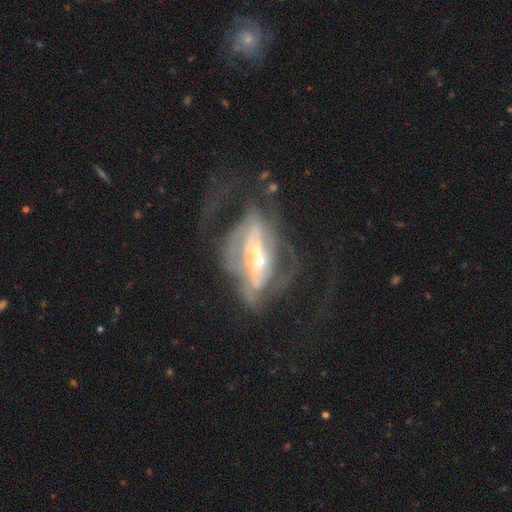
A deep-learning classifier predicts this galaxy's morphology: featured or disk 76%, smooth 15%, star or artifact 10%. Down the decision tree: edge-on disk — no (87%); bar — strong (38%); spiral arms — yes (59%); bulge size — small (50%); merging — major disturbance (49%).